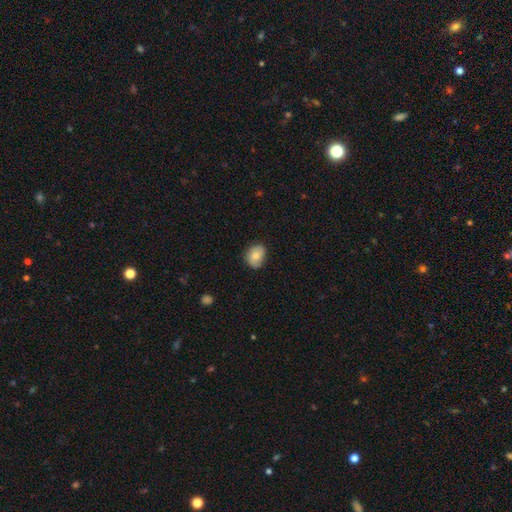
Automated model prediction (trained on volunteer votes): Overall: smooth (75%). How rounded: in between (54%; round 45%). Merging: none (75%).